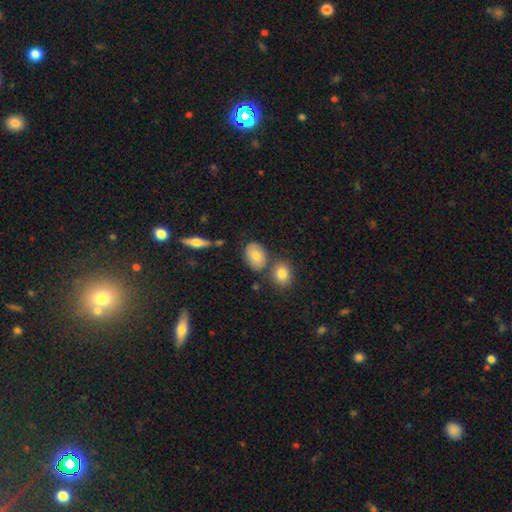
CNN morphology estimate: The model was most divided on "how rounded": in between: 75%, round: 23%, cigar-shaped: 2%. More confident: smooth or featured — smooth (75%); merging — none (69%).